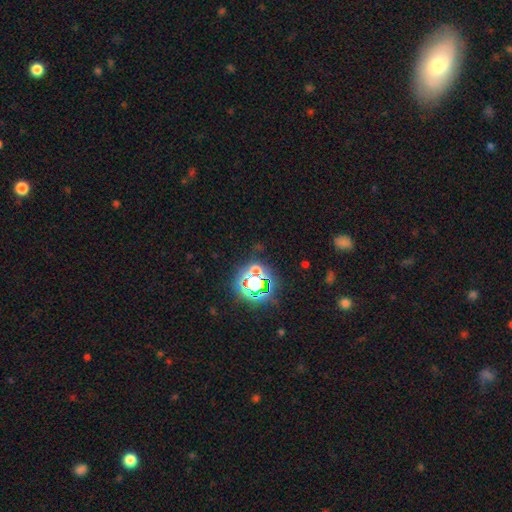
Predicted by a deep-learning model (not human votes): smooth-or-featured: star or artifact: 77% | smooth: 15% | featured or disk: 8%